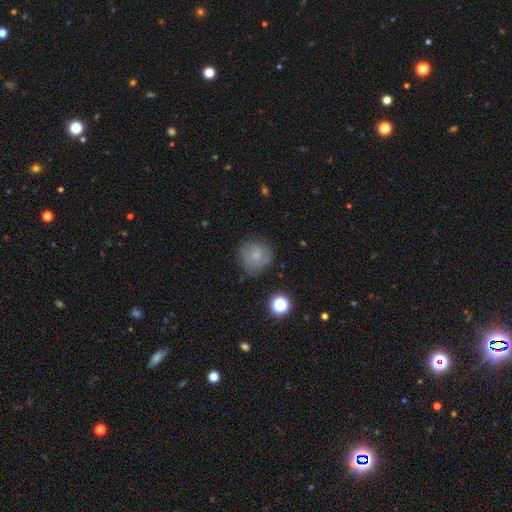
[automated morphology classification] Smooth or featured? Predicted: smooth (p=0.75). How rounded? Predicted: round (p=0.91). Merging? Predicted: none (p=0.74).